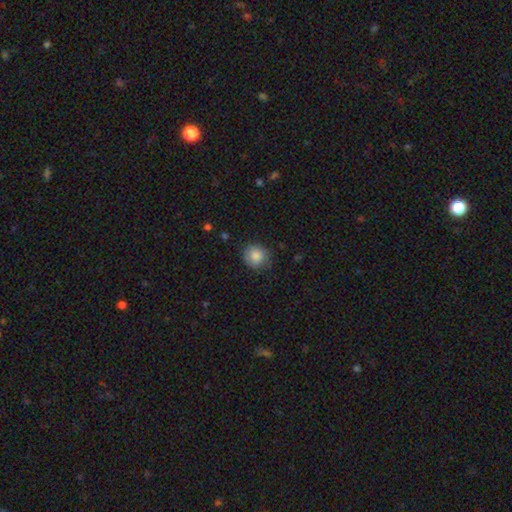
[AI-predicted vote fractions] smooth 85%, star or artifact 9%, featured or disk 6%. Down the decision tree: how rounded — round (88%); merging — none (81%).